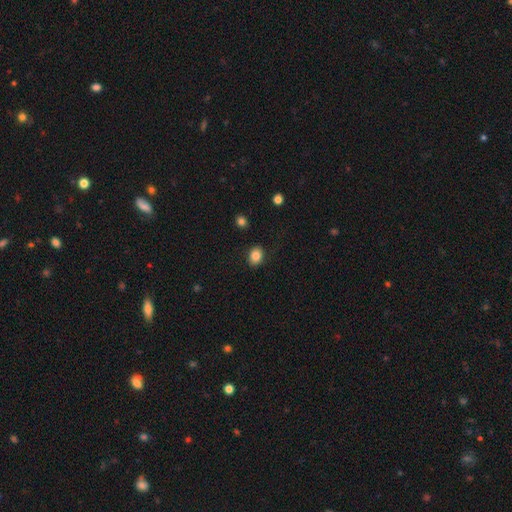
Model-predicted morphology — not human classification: smooth_or_featured: smooth (p=0.86) [alt: star or artifact p=0.09]
how_rounded: in between (p=0.59) [alt: round p=0.40]
merging: none (p=0.87) [alt: minor disturbance p=0.09]